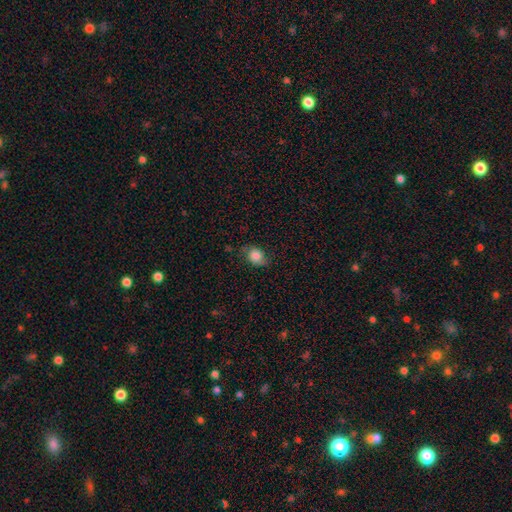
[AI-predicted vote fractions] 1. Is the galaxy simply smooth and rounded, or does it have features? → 79% smooth, 12% featured or disk, 9% star or artifact.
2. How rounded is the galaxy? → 55% in between, 43% round, 1% cigar-shaped.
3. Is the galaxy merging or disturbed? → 69% none, 23% minor disturbance, 7% major disturbance, 1% merger.